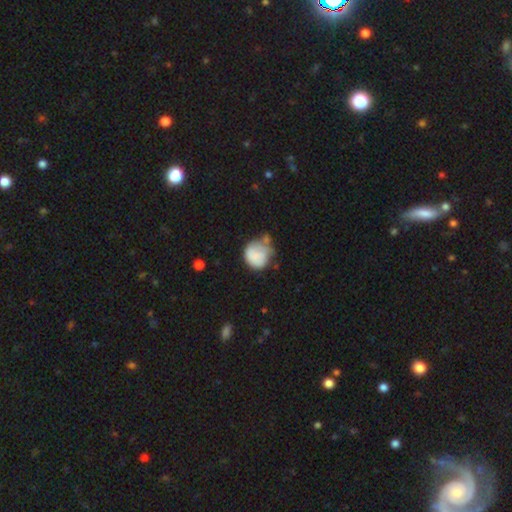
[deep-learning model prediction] Smooth or featured: smooth — 75% (featured or disk — 18%)
How rounded: round — 77% (in between — 22%)
Merging: none — 35% (minor disturbance — 34%)